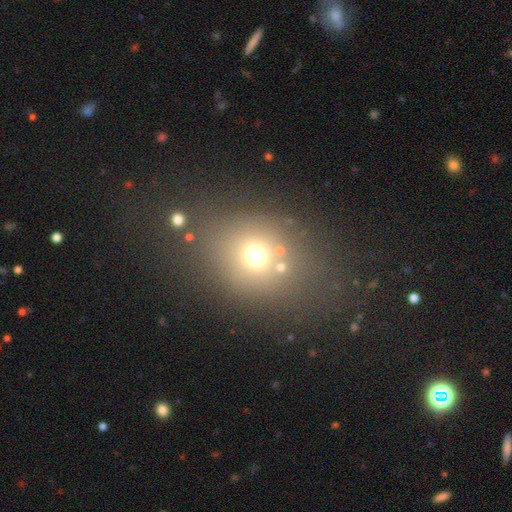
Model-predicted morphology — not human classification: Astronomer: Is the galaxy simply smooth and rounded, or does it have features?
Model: smooth — 65%.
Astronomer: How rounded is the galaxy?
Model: round — 58% (runner-up: in between, 40%).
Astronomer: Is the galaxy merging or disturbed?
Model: none — 67%.